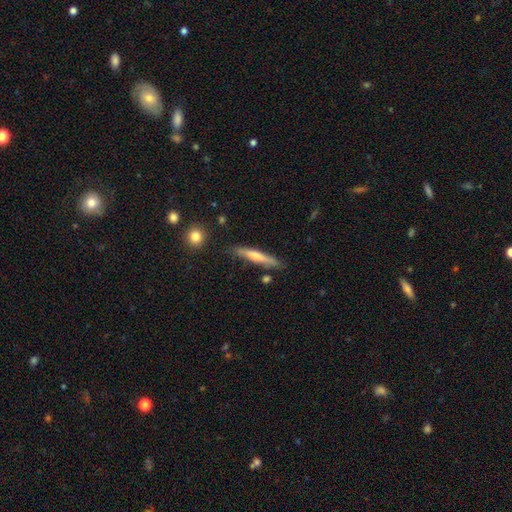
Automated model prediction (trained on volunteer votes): A featured or disk galaxy (53%) viewed edge-on (95%) with a rounded central bulge (66%).

Vote fractions:
- Smooth or featured? featured or disk: 53% / smooth: 40% / star or artifact: 7%
- Edge-on disk? yes: 95% / no: 5%
- Edge-on bulge? rounded: 66% / none: 26% / boxy: 8%
- Merging? none: 85% / minor disturbance: 11% / merger: 2% / major disturbance: 2%